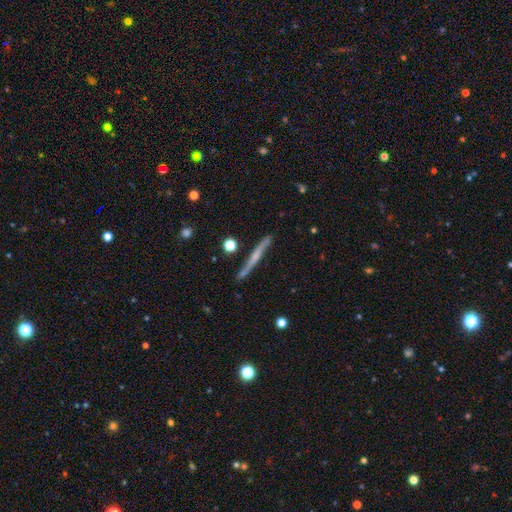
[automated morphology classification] A featured or disk galaxy (62%) viewed edge-on (95%) with no central bulge (48%). Merging: none (83%).